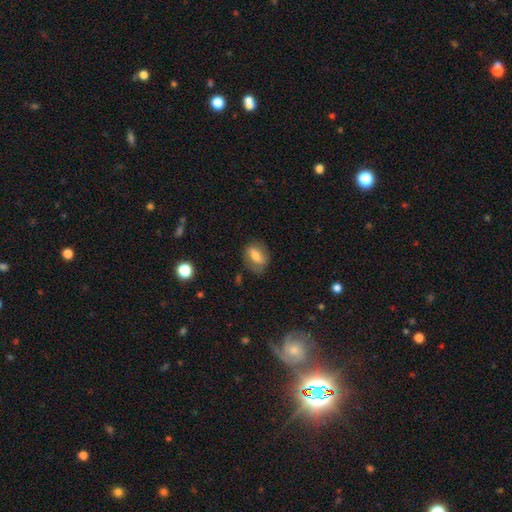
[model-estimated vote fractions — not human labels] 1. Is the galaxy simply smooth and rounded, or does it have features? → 62% smooth, 30% featured or disk, 8% star or artifact.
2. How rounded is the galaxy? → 75% in between, 19% round, 6% cigar-shaped.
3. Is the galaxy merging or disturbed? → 71% none, 20% minor disturbance, 7% major disturbance, 2% merger.